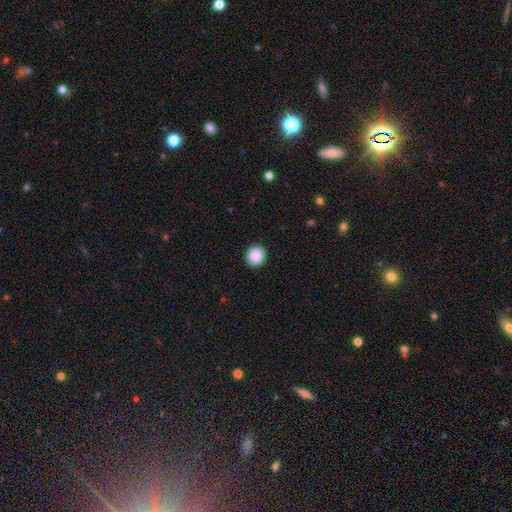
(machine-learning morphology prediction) This appears to be a smooth galaxy with no disk features (89%) that is round (92%). Merging: none (92%).